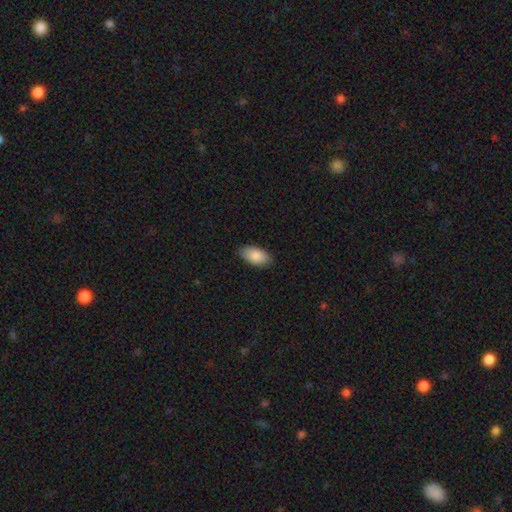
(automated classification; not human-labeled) Smooth or featured: smooth — 87% (featured or disk — 6%)
How rounded: in between — 94% (cigar-shaped — 3%)
Merging: none — 87% (minor disturbance — 10%)